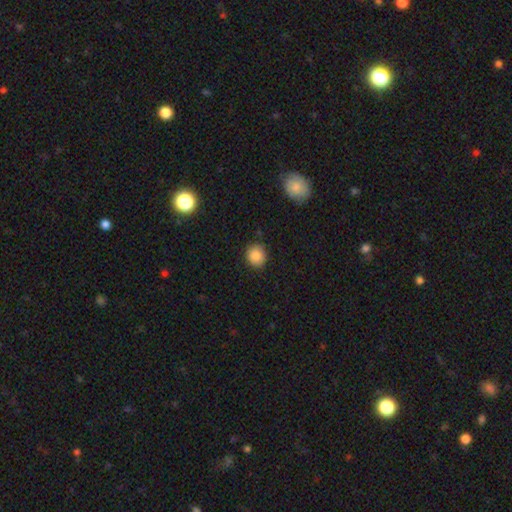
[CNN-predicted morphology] Overall: smooth (86%). How rounded: round (81%). Merging: none (87%).